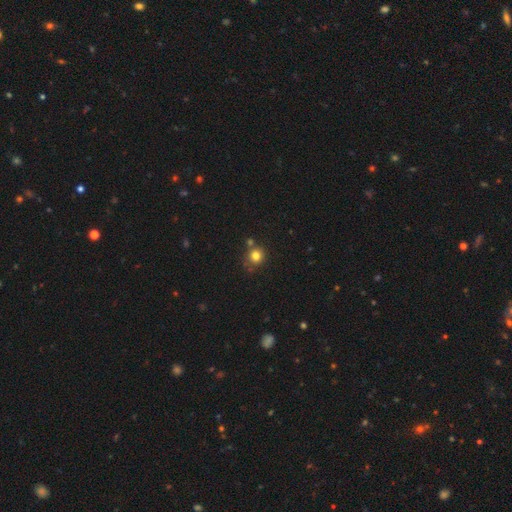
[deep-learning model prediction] Smooth or featured? smooth (80%)
How rounded? round (88%)
Merging? none (70%)